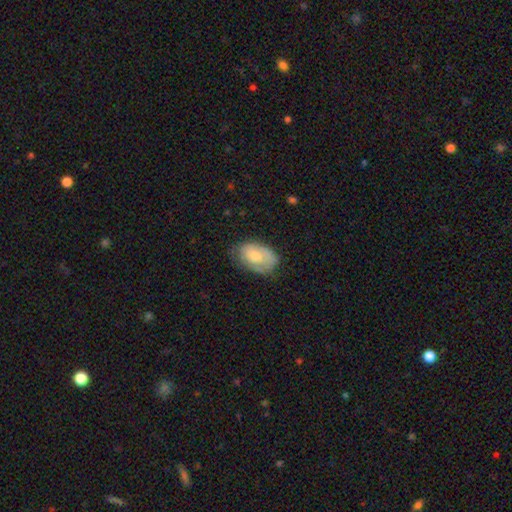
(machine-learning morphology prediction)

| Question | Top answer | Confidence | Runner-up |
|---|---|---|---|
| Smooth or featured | smooth | 57% | featured or disk (36%) |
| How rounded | in between | 88% | round (11%) |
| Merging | none | 63% | minor disturbance (28%) |